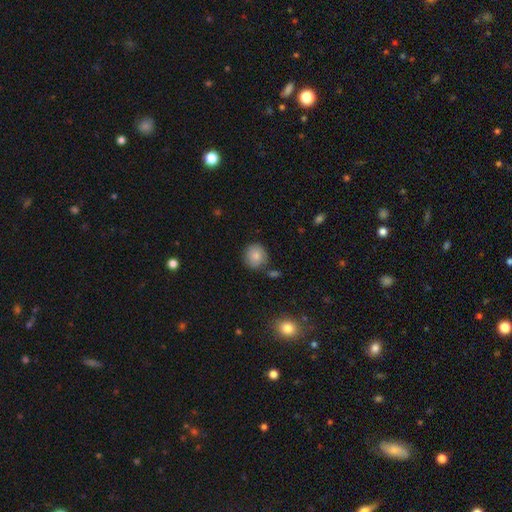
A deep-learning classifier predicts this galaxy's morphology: Smooth or featured?
  - smooth: 83% *
  - featured or disk: 9%
  - star or artifact: 8%
How rounded?
  - round: 89% *
  - in between: 10%
  - cigar-shaped: 1%
Merging?
  - none: 77% *
  - minor disturbance: 13%
  - merger: 6%
  - major disturbance: 3%